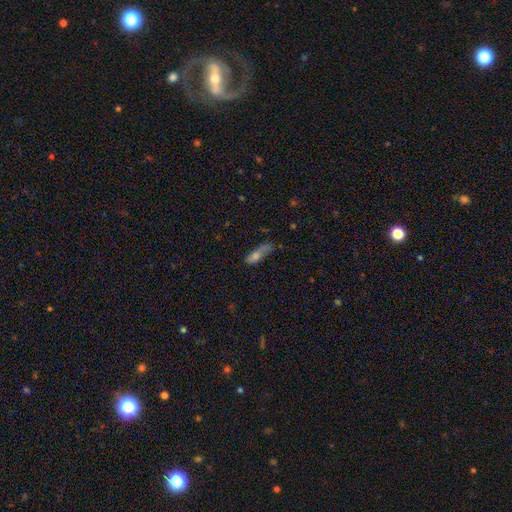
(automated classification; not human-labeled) A smooth galaxy with no disk features (63%) that is in between round and cigar-shaped (50%).

Vote fractions:
- Smooth or featured? smooth: 63% / featured or disk: 24% / star or artifact: 13%
- How rounded? in between: 50% / cigar-shaped: 46% / round: 4%
- Merging? none: 42% / minor disturbance: 31% / major disturbance: 21% / merger: 6%